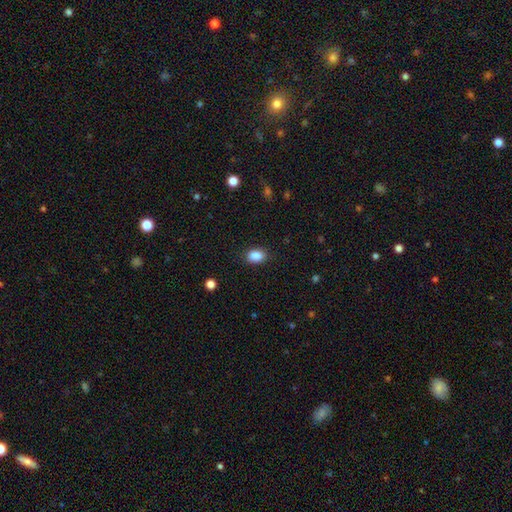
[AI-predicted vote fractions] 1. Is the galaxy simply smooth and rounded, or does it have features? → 89% smooth, 8% star or artifact, 3% featured or disk.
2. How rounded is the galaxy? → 81% in between, 18% round, 1% cigar-shaped.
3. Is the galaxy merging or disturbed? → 87% none, 10% minor disturbance, 3% major disturbance, 1% merger.